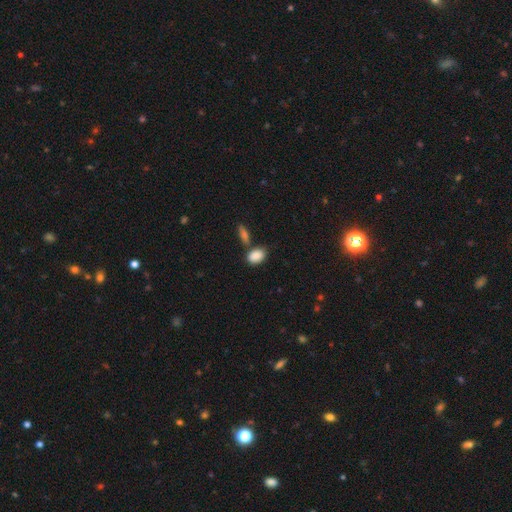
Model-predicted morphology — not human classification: smooth-or-featured: smooth: 88% | star or artifact: 7% | featured or disk: 5%
  how-rounded: in between: 85% | round: 13% | cigar-shaped: 2%
  merging: none: 62% | merger: 20% | minor disturbance: 14% | major disturbance: 4%